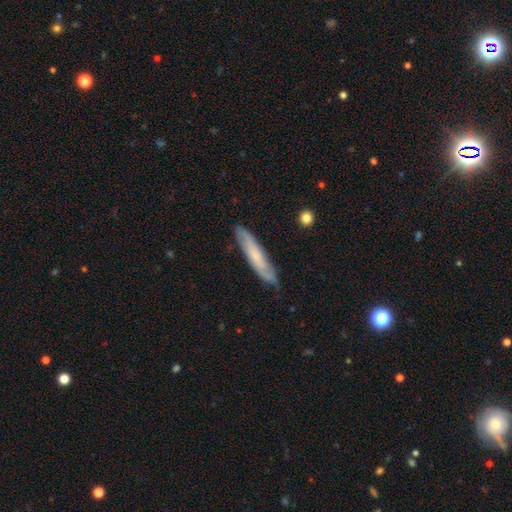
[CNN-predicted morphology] A featured or disk galaxy (50%) viewed edge-on (52%). Merging: none (80%).